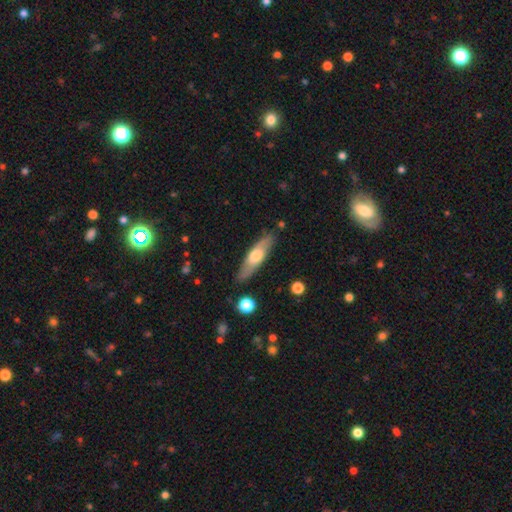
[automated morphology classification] This appears to be a smooth galaxy with no disk features (53%) that is cigar-shaped (63%). Merging: none (83%).